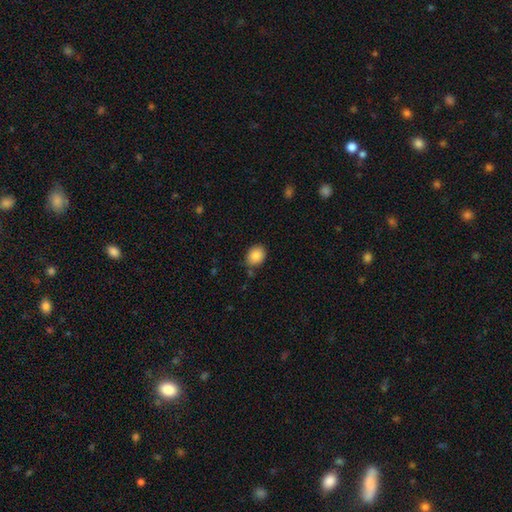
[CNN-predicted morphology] A smooth galaxy with no disk features (87%) that is in between round and cigar-shaped (58%).

Vote fractions:
- Smooth or featured? smooth: 87% / star or artifact: 8% / featured or disk: 4%
- How rounded? in between: 58% / round: 41% / cigar-shaped: 1%
- Merging? none: 79% / minor disturbance: 14% / merger: 3% / major disturbance: 3%